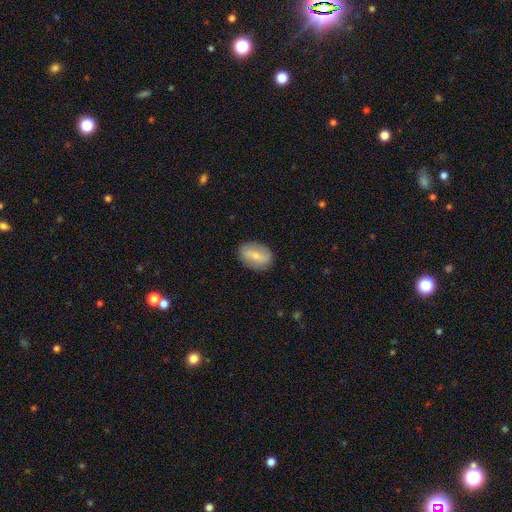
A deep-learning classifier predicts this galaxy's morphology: type=smooth (61%); roundness=in between (84%); merging=none (85%).